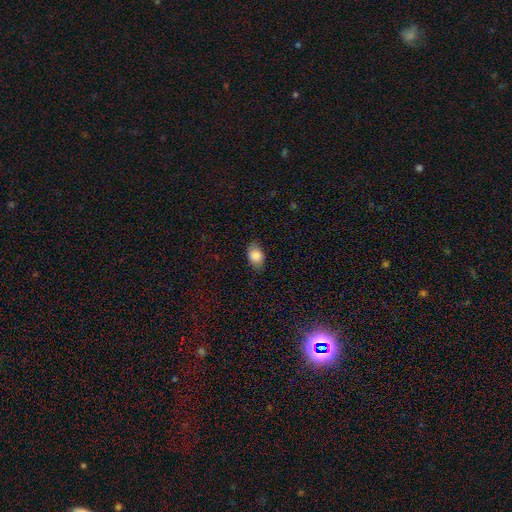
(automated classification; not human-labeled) smooth_or_featured: smooth (p=0.86) [alt: star or artifact p=0.08]
how_rounded: in between (p=0.83) [alt: round p=0.16]
merging: none (p=0.78) [alt: minor disturbance p=0.17]